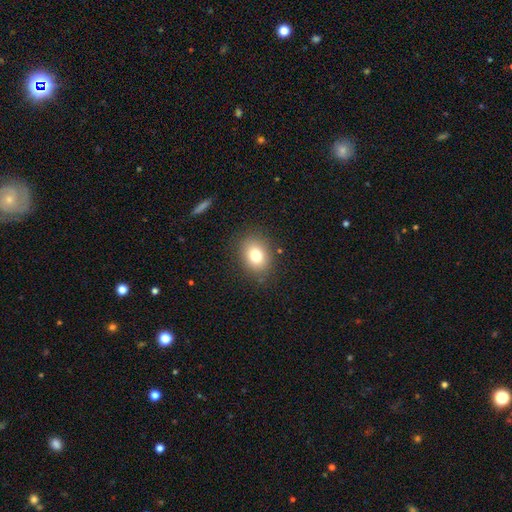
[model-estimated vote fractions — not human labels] The model was most divided on "how rounded": in between: 55%, round: 44%, cigar-shaped: 1%. More confident: merging — none (85%); smooth or featured — smooth (78%).